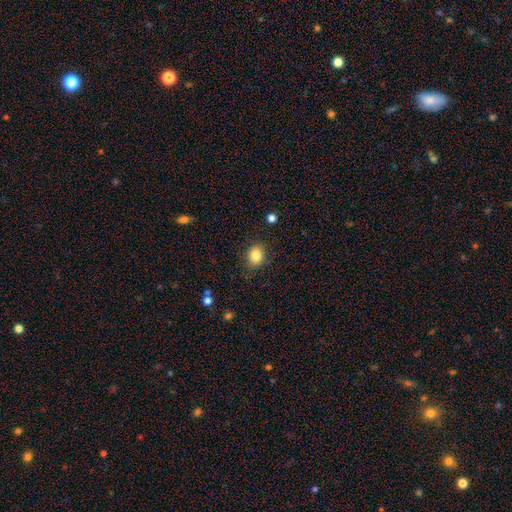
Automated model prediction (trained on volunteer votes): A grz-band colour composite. It shows a smooth galaxy with no disk features (84%) that is round (50%). Merging: none (85%).